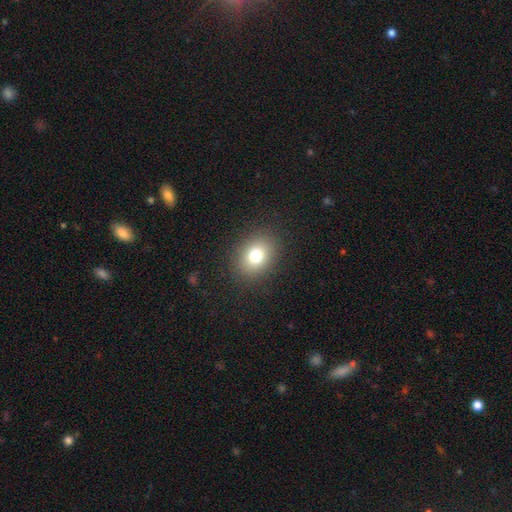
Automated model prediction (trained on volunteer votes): This appears to be a smooth galaxy with no disk features (77%) that is in between round and cigar-shaped (54%). Merging: none (88%).